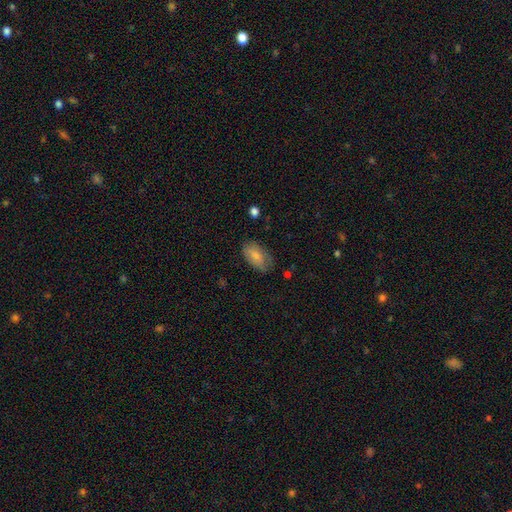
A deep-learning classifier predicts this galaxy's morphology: This is likely a smooth galaxy (74%). How rounded: clearly in between (92%). Merging: likely none (67%).